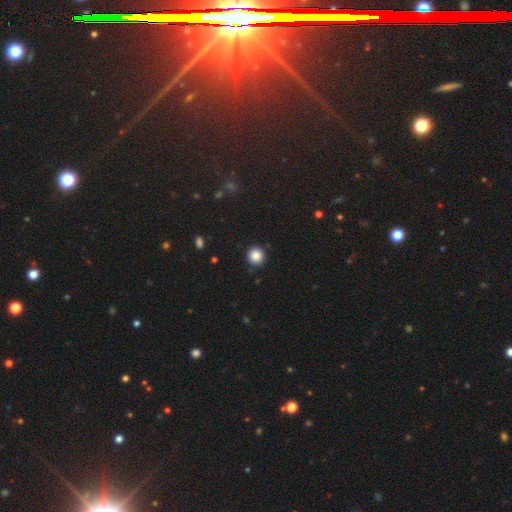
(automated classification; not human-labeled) The model was most divided on "smooth or featured": smooth: 87%, star or artifact: 10%, featured or disk: 3%. More confident: how rounded — round (94%); merging — none (91%).